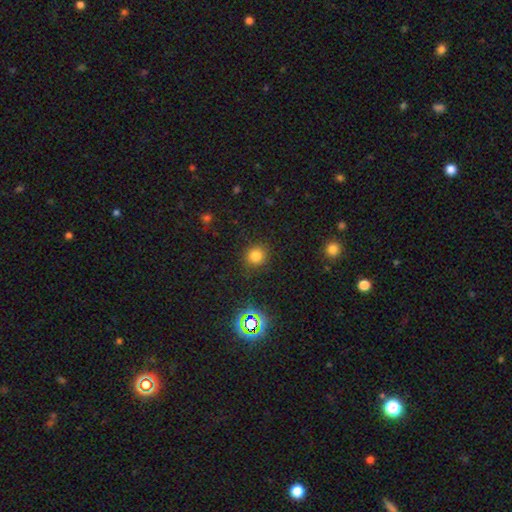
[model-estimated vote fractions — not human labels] Smooth or featured? Predicted: smooth (p=0.77). How rounded? Predicted: round (p=0.89). Merging? Predicted: none (p=0.87).